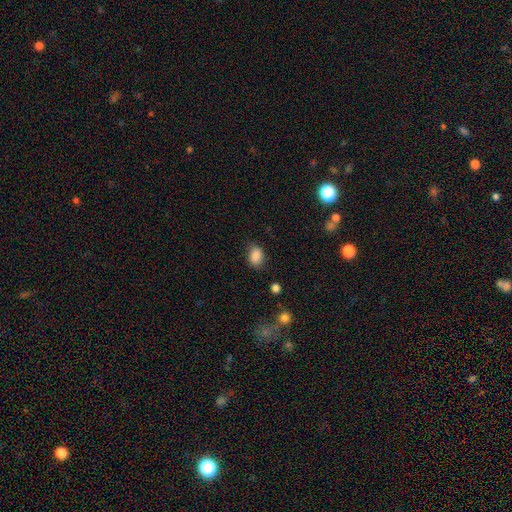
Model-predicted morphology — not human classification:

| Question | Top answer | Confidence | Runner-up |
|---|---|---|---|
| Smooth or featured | smooth | 87% | star or artifact (9%) |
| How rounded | in between | 75% | round (24%) |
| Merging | none | 78% | minor disturbance (16%) |